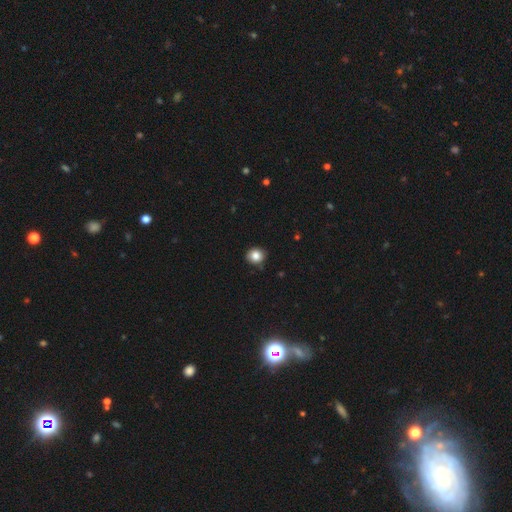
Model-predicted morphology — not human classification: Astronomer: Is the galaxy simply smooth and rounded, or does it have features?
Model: smooth — 84%.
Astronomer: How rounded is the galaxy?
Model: round — 79%.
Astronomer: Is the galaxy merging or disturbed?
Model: none — 86%.